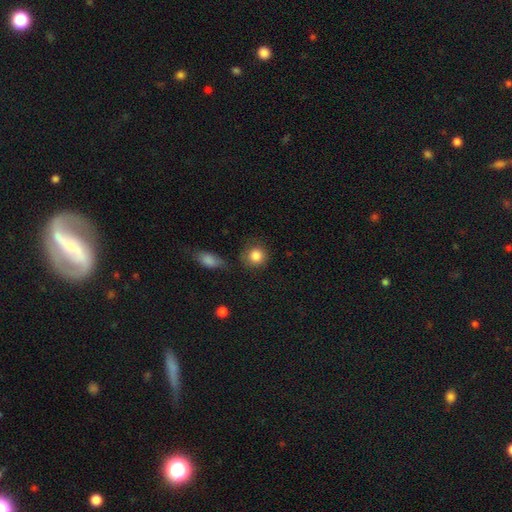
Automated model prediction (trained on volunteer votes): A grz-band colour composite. It shows a smooth galaxy with no disk features (85%) that is round (88%). Merging: none (77%).